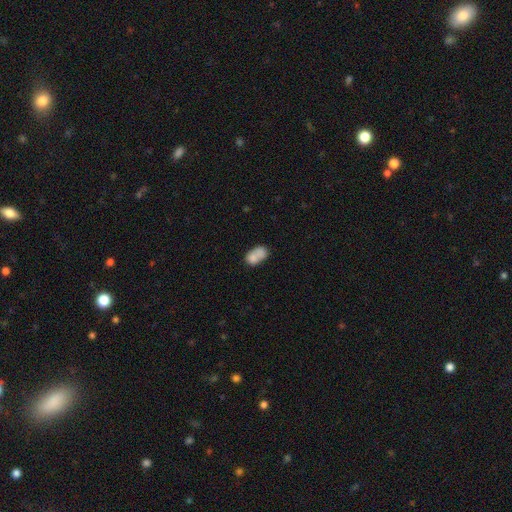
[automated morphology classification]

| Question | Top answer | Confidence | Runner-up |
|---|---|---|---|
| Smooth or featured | smooth | 75% | featured or disk (16%) |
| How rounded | in between | 83% | round (15%) |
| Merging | merger | 40% | none (34%) |